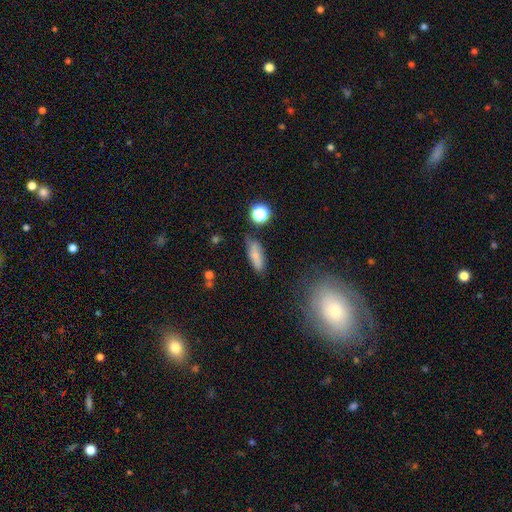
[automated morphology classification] Smooth or featured? Predicted: smooth (p=0.75). How rounded? Predicted: in between (p=0.55). Merging? Predicted: none (p=0.69).